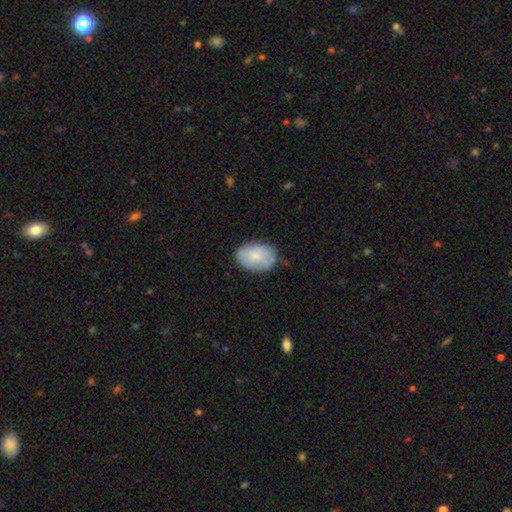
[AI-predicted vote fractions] Smooth or featured?
  - smooth: 77% *
  - featured or disk: 17%
  - star or artifact: 6%
How rounded?
  - in between: 87% *
  - round: 12%
  - cigar-shaped: 1%
Merging?
  - none: 77% *
  - minor disturbance: 18%
  - major disturbance: 4%
  - merger: 2%